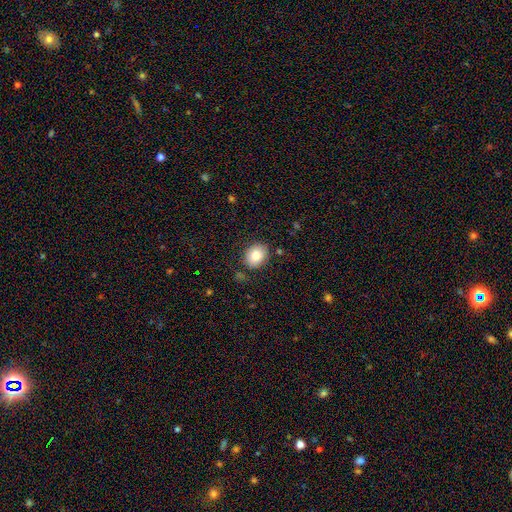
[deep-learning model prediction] This is clearly a smooth galaxy (81%). How rounded: possibly in between (51%). Merging: clearly none (83%).